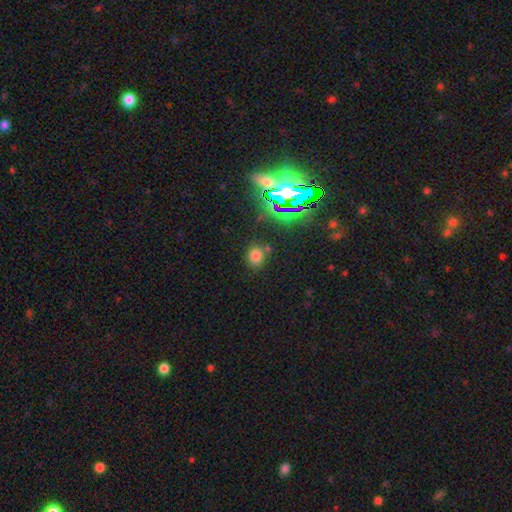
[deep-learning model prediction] A smooth galaxy with no disk features (67%) that is round (68%). Merging: none (77%).